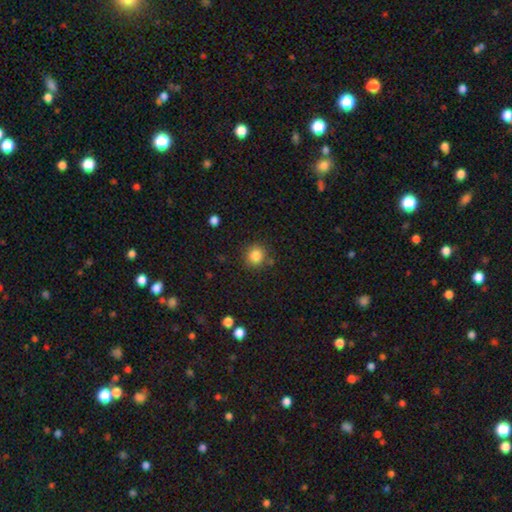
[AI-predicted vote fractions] smooth-or-featured: smooth: 84% | star or artifact: 11% | featured or disk: 5%
  how-rounded: round: 91% | in between: 8% | cigar-shaped: 1%
  merging: none: 84% | minor disturbance: 9% | merger: 4% | major disturbance: 3%